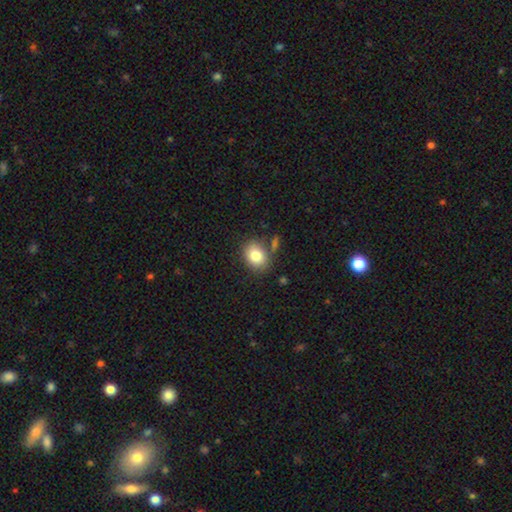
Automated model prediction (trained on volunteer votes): Smooth or featured?
  - smooth: 82% *
  - star or artifact: 9%
  - featured or disk: 9%
How rounded?
  - in between: 52% *
  - round: 47%
  - cigar-shaped: 1%
Merging?
  - none: 76% *
  - minor disturbance: 13%
  - merger: 7%
  - major disturbance: 4%